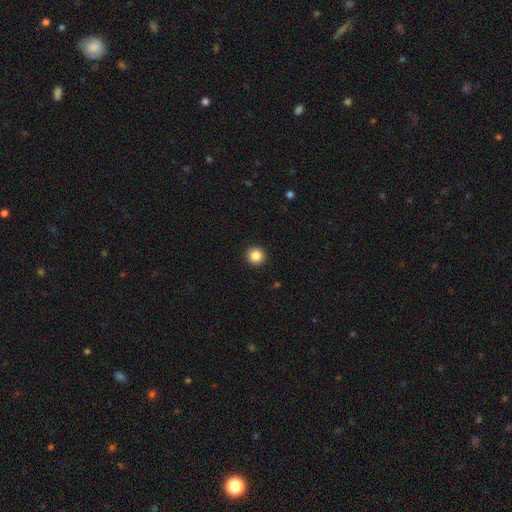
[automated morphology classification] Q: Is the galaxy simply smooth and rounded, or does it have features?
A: smooth — 87%.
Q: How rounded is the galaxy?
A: round — 95%.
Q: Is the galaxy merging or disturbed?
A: none — 93%.